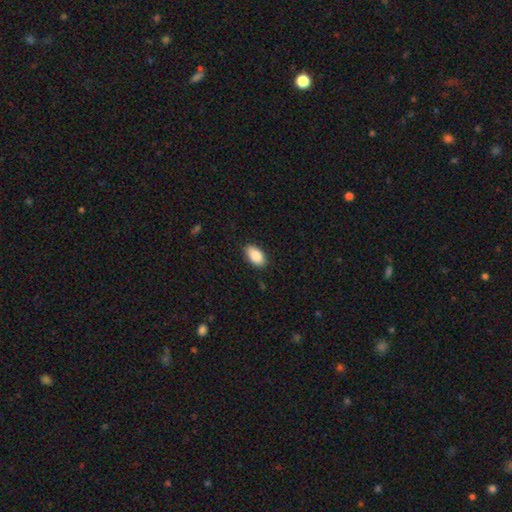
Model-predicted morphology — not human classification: smooth 89%, star or artifact 7%, featured or disk 5%. Down the decision tree: how rounded — in between (94%); merging — none (86%).